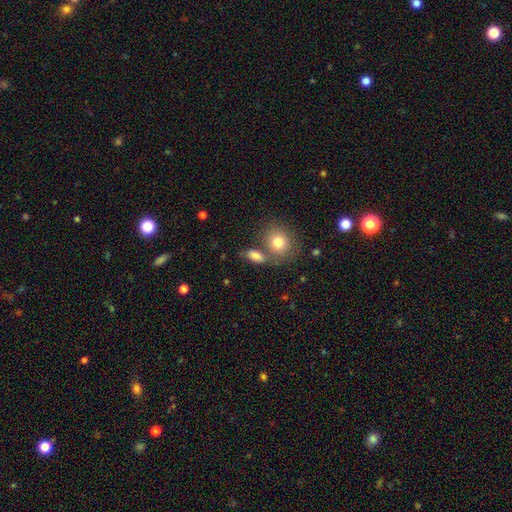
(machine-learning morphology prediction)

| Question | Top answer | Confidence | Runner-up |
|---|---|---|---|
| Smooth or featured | smooth | 80% | featured or disk (10%) |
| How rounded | in between | 75% | round (16%) |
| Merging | none | 57% | merger (23%) |